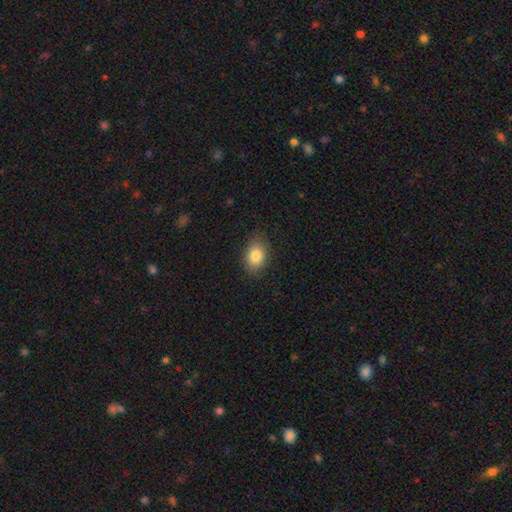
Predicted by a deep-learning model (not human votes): This is clearly a smooth galaxy (84%). How rounded: likely in between (78%). Merging: clearly none (84%).